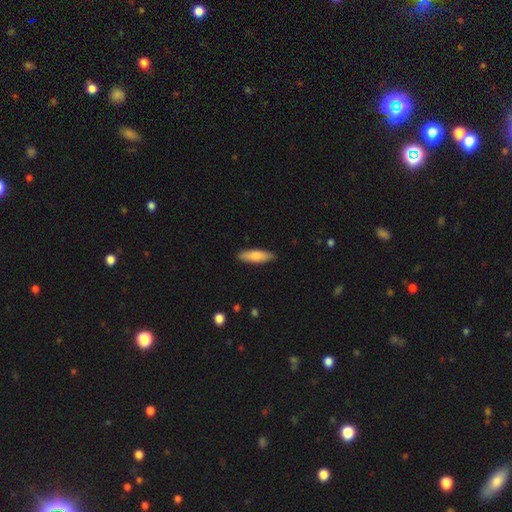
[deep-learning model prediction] smooth 77%, featured or disk 17%, star or artifact 5%. Down the decision tree: how rounded — cigar-shaped (56%); merging — none (88%).